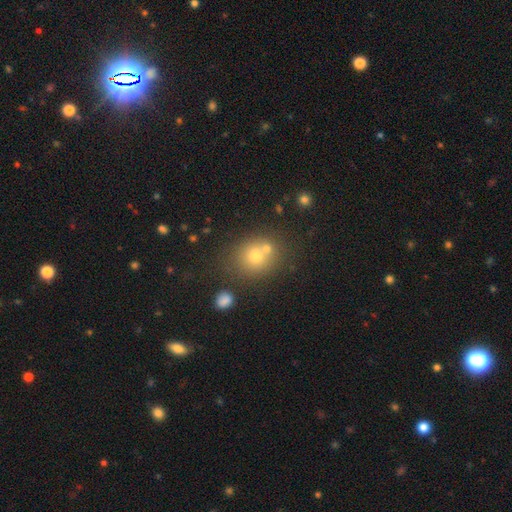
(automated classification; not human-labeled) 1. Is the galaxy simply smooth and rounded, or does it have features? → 69% smooth, 15% star or artifact, 15% featured or disk.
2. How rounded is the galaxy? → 71% round, 28% in between, 1% cigar-shaped.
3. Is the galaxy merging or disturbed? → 52% none, 33% merger, 10% minor disturbance, 4% major disturbance.